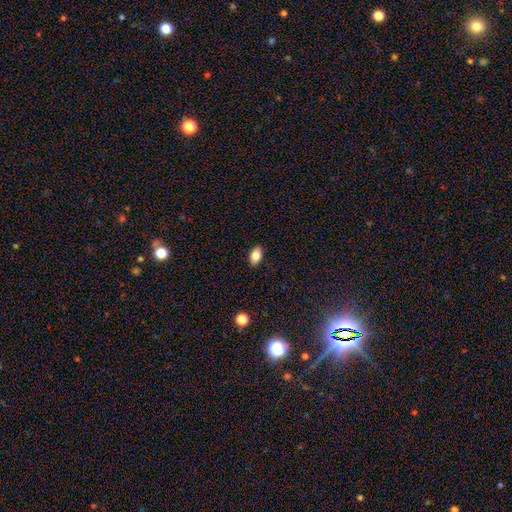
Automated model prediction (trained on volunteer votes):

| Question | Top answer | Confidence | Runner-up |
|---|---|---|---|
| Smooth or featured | smooth | 82% | featured or disk (10%) |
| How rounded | in between | 89% | round (9%) |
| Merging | none | 88% | minor disturbance (9%) |